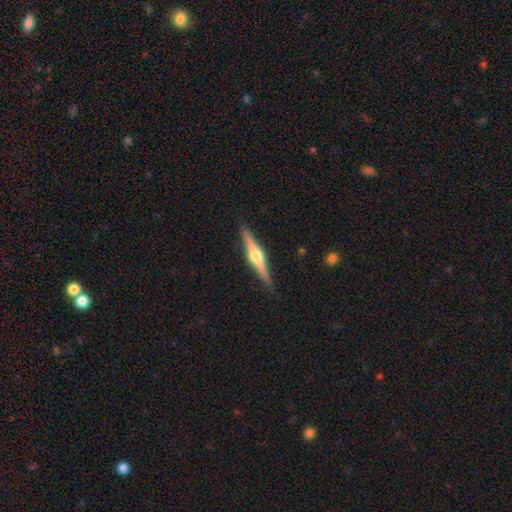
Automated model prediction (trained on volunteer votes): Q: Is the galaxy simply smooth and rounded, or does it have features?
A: featured or disk — 73%.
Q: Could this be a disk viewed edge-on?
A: yes — 98%.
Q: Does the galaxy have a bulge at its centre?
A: rounded — 92%.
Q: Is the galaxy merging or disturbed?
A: none — 90%.